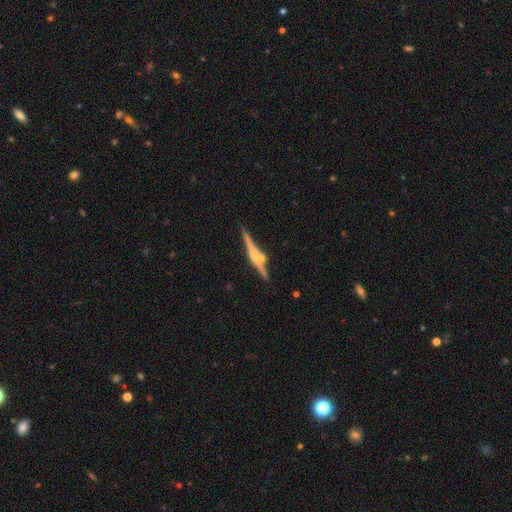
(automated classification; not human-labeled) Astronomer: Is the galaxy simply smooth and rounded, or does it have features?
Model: featured or disk — 73%.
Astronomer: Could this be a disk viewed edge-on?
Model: yes — 97%.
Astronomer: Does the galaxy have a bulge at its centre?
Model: rounded — 74%.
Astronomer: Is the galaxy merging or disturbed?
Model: none — 76%.